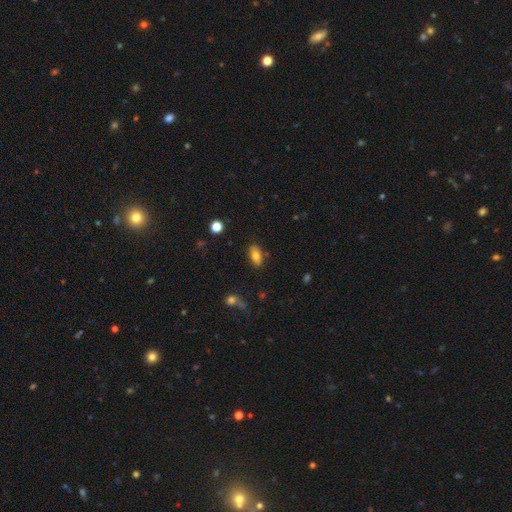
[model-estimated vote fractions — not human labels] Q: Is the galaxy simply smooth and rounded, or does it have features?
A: smooth — 79%.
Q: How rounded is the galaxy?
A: in between — 89%.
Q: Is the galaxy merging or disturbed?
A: none — 83%.